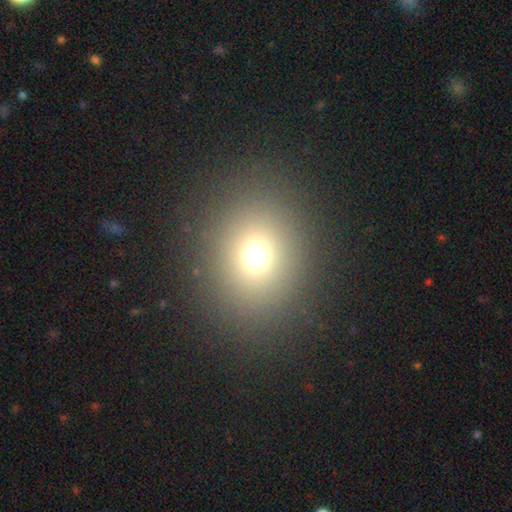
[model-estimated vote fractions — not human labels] This appears to be a smooth galaxy with no disk features (69%) that is round (72%). Merging: none (87%).